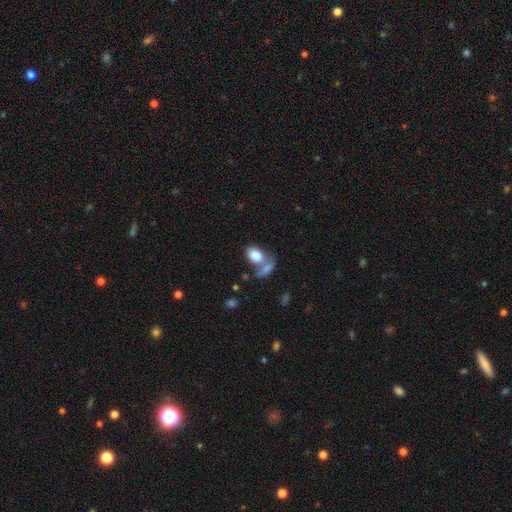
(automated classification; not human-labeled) The model was most divided on "merging": merger: 49%, none: 34%, minor disturbance: 10%, major disturbance: 7%. More confident: smooth or featured — smooth (83%); how rounded — in between (82%).